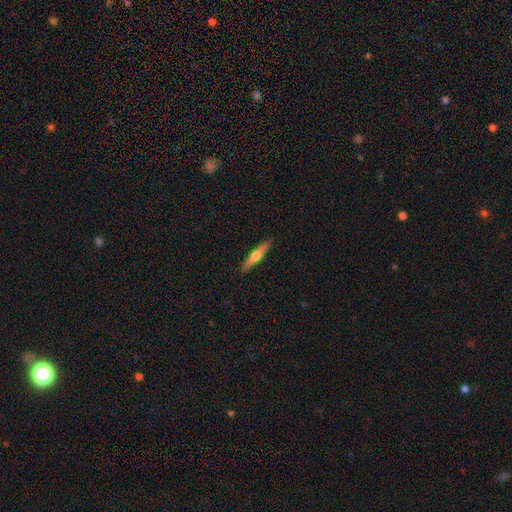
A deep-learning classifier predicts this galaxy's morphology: The model was most divided on "smooth or featured": featured or disk: 60%, smooth: 35%, star or artifact: 6%. More confident: edge-on disk — yes (97%); edge-on bulge — rounded (93%); merging — none (91%).